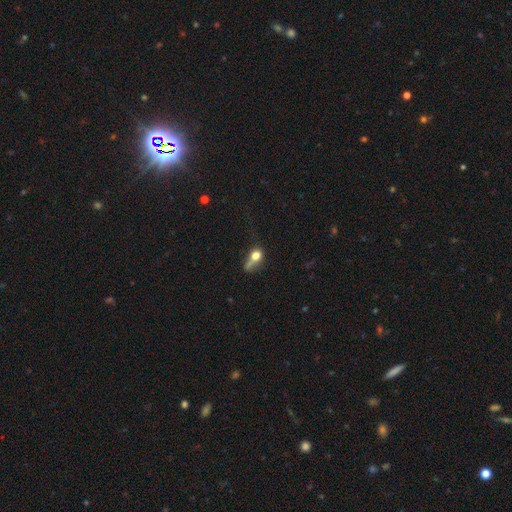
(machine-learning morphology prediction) Overall: smooth (68%). How rounded: in between (47%; round 45%). Merging: major disturbance (31%; none 28%).